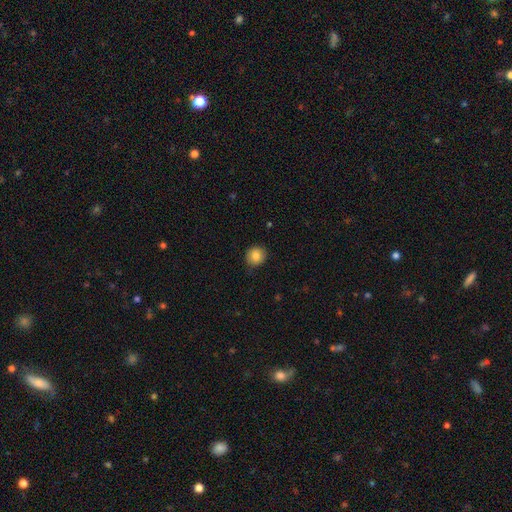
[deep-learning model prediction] A smooth galaxy with no disk features (85%) that is round (87%).

Vote fractions:
- Smooth or featured? smooth: 85% / star or artifact: 9% / featured or disk: 6%
- How rounded? round: 87% / in between: 12% / cigar-shaped: 1%
- Merging? none: 86% / minor disturbance: 11% / major disturbance: 2% / merger: 1%